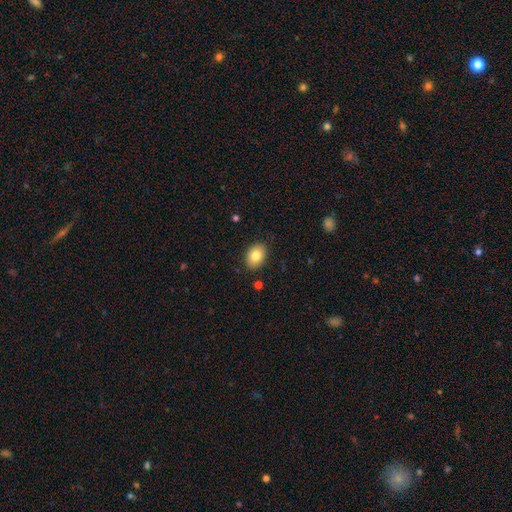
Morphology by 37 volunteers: smooth_or_featured: smooth (p=0.95) [alt: featured or disk p=0.03]
how_rounded: in between (p=0.74) [alt: round p=0.26]
merging: none (p=0.83) [alt: minor disturbance p=0.17]